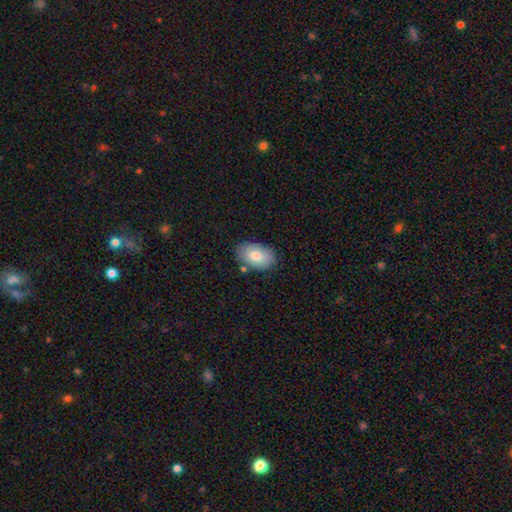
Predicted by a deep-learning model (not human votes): This is clearly a smooth galaxy (80%). How rounded: clearly in between (91%). Merging: likely none (79%).